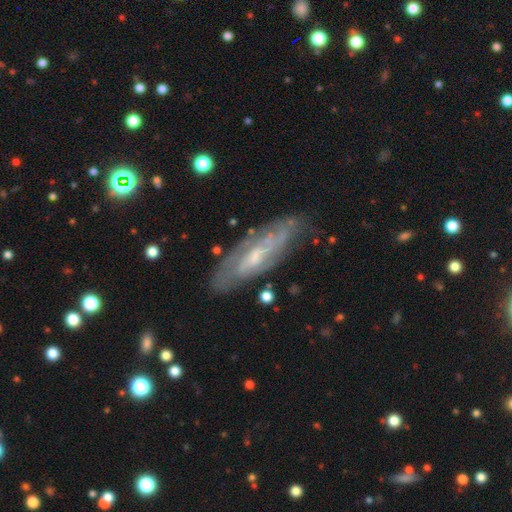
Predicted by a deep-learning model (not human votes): The model was most divided on "bar": no: 51%, weak: 40%, strong: 9%. More confident: spiral arms — yes (80%); merging — none (75%); edge-on disk — no (74%); smooth or featured — featured or disk (74%); bulge size — small (53%).